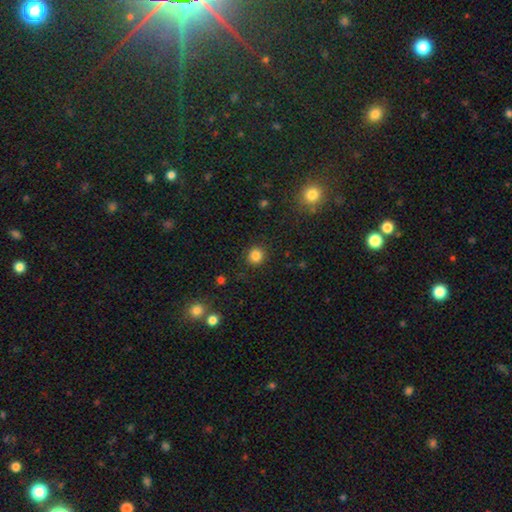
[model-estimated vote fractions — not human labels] A smooth galaxy with no disk features (84%) that is round (91%).

Vote fractions:
- Smooth or featured? smooth: 84% / star or artifact: 12% / featured or disk: 4%
- How rounded? round: 91% / in between: 8% / cigar-shaped: 1%
- Merging? none: 91% / minor disturbance: 6% / major disturbance: 2% / merger: 1%